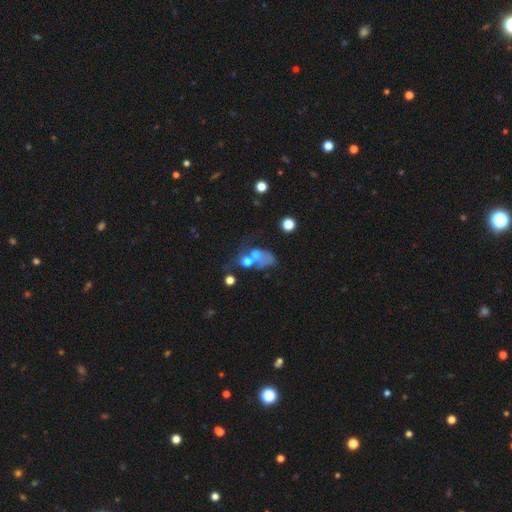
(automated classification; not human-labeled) A smooth galaxy with no disk features (51%) that is in between round and cigar-shaped (58%). Merging: merger (53%).